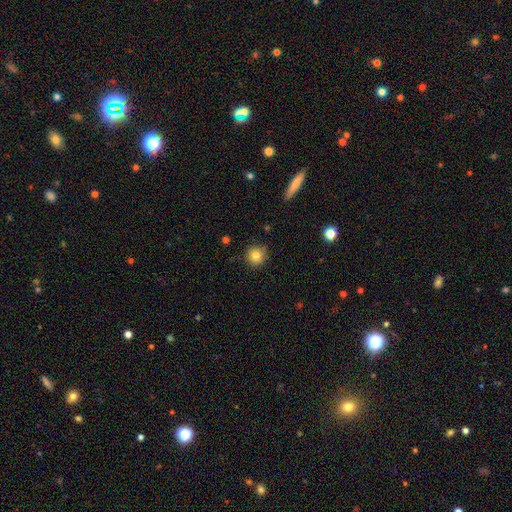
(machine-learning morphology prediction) Smooth or featured?
  - smooth: 82% *
  - star or artifact: 11%
  - featured or disk: 7%
How rounded?
  - round: 93% *
  - in between: 6%
  - cigar-shaped: 1%
Merging?
  - none: 85% *
  - minor disturbance: 11%
  - major disturbance: 2%
  - merger: 2%